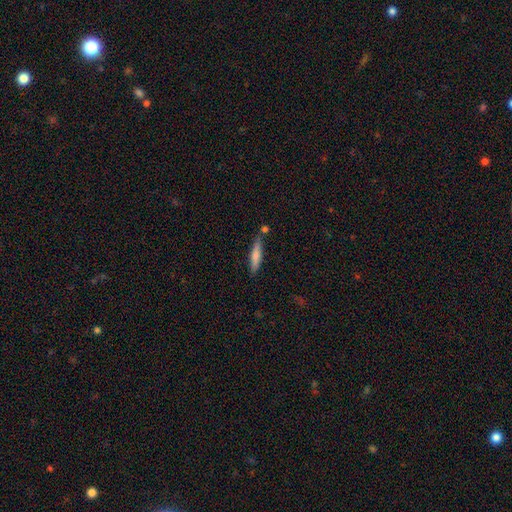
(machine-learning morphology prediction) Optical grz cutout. It shows a smooth galaxy with no disk features (73%) that is cigar-shaped (86%). Merging: none (74%).